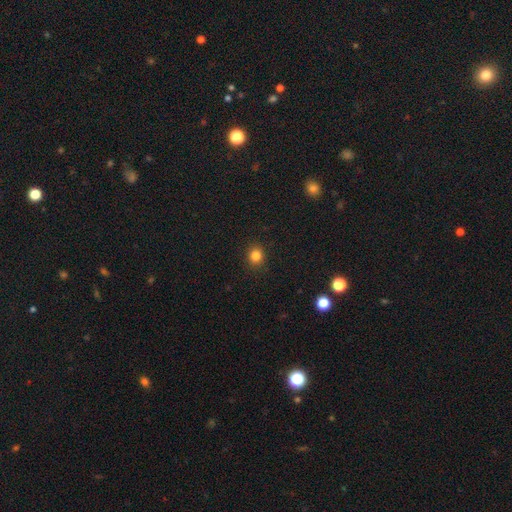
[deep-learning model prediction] This appears to be a smooth galaxy with no disk features (83%) that is round (82%). Merging: none (91%).